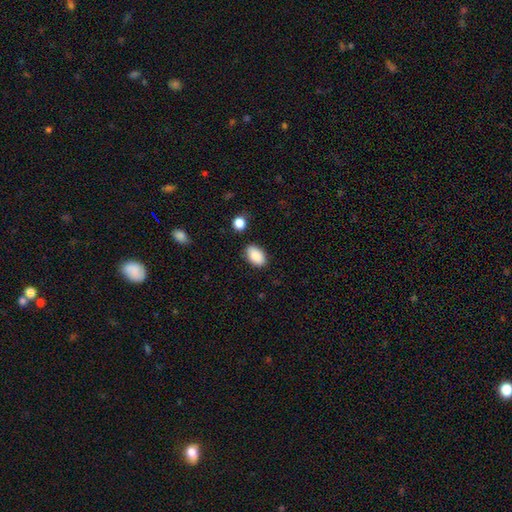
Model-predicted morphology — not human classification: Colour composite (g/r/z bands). It shows a smooth galaxy with no disk features (89%) that is in between round and cigar-shaped (92%). Merging: none (84%).